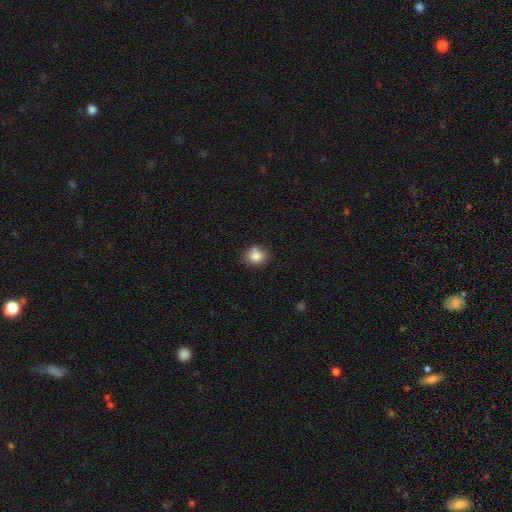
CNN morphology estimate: Smooth or featured? Predicted: smooth (p=0.83). How rounded? Predicted: round (p=0.65). Merging? Predicted: none (p=0.70).